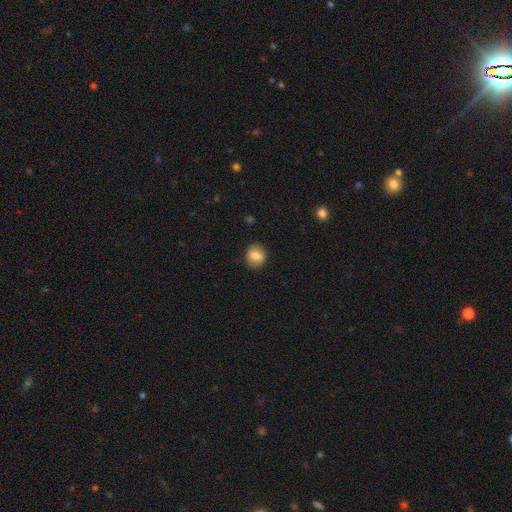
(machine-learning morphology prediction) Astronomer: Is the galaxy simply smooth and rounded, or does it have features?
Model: smooth — 83%.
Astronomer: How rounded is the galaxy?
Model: round — 78%.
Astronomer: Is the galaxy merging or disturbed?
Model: none — 86%.